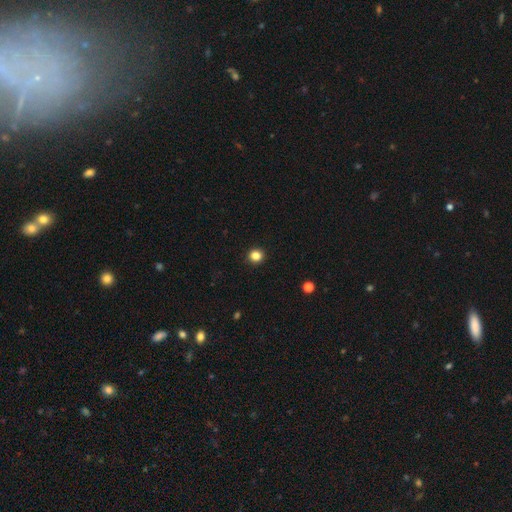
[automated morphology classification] Smooth or featured? Predicted: smooth (p=0.85). How rounded? Predicted: round (p=0.90). Merging? Predicted: none (p=0.93).